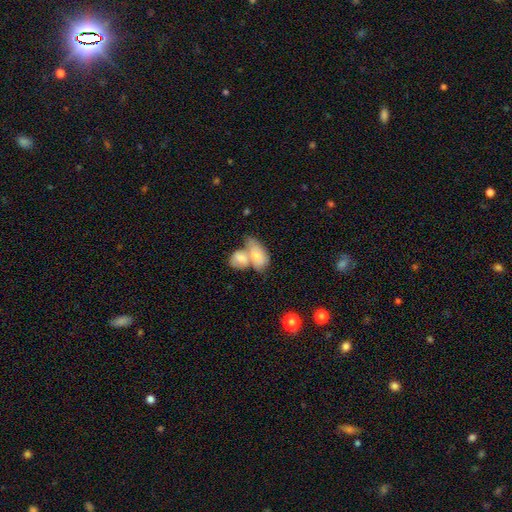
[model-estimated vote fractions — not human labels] Smooth or featured?
  - smooth: 73% *
  - featured or disk: 20%
  - star or artifact: 6%
How rounded?
  - in between: 87% *
  - round: 10%
  - cigar-shaped: 3%
Merging?
  - merger: 71% *
  - none: 16%
  - minor disturbance: 8%
  - major disturbance: 5%